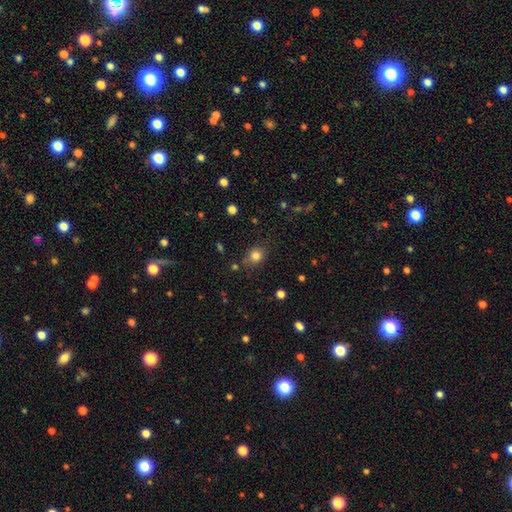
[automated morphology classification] Q: Smooth or featured?
A: smooth (81%); runner-up: star or artifact (13%)
Q: How rounded?
A: round (72%); runner-up: in between (27%)
Q: Merging?
A: none (77%); runner-up: minor disturbance (14%)